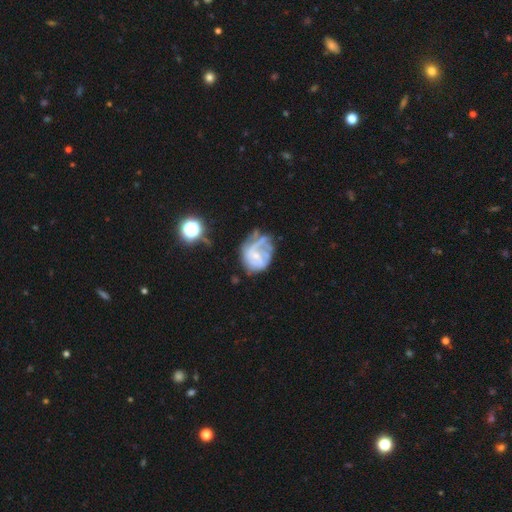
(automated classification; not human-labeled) Morphology: type=featured or disk (72%); edge-on=no (98%); bar=no (61%); spiral arms=yes (74%); winding=tight (40%); arm count=can't tell (36%); bulge=small (63%); merging=major disturbance (35%).